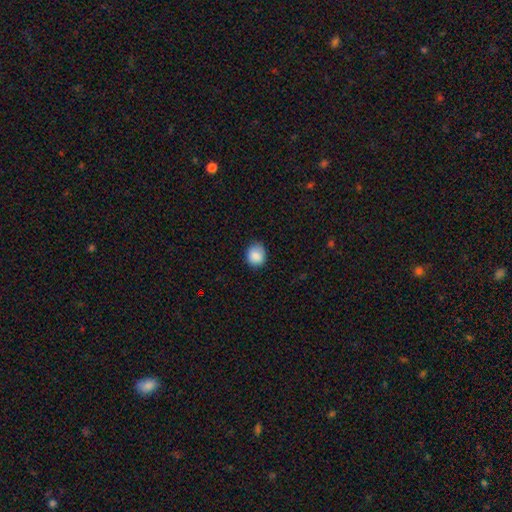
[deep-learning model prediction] This appears to be a smooth galaxy with no disk features (87%) that is round (73%). Merging: none (78%).